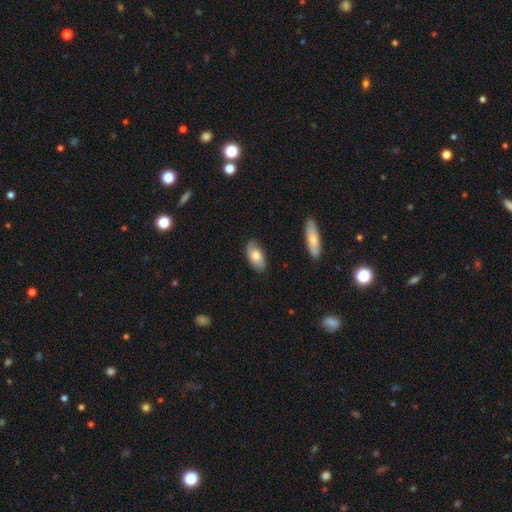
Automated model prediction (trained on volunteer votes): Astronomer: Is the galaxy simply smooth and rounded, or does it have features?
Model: smooth — 69%.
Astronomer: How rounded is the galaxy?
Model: in between — 93%.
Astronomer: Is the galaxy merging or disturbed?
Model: none — 81%.